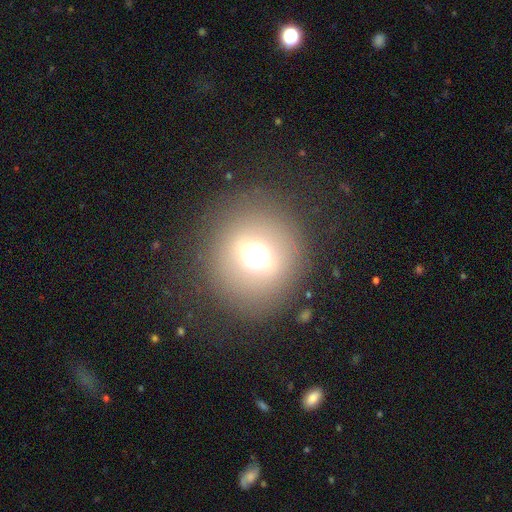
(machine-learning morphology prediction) The model was most divided on "smooth or featured": smooth: 60%, star or artifact: 23%, featured or disk: 16%. More confident: how rounded — round (91%); merging — none (85%).